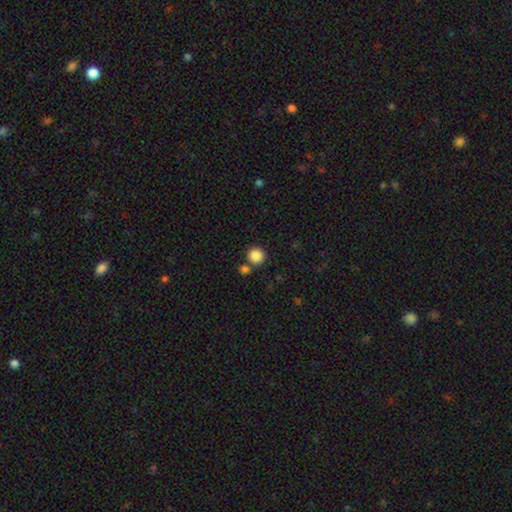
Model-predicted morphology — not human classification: Smooth or featured? Predicted: smooth (p=0.87). How rounded? Predicted: round (p=0.93). Merging? Predicted: none (p=0.77).